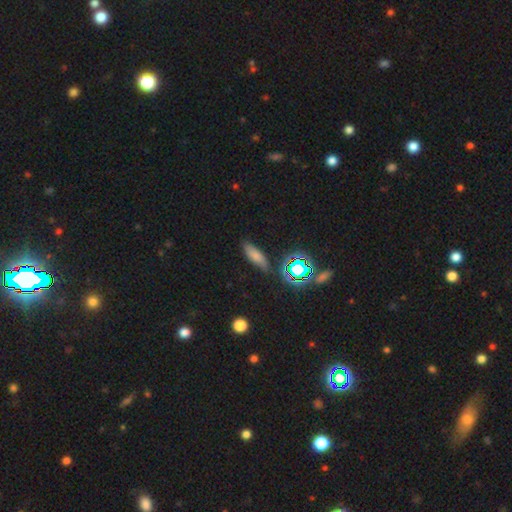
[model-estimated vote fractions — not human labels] Smooth or featured: smooth — 68% (star or artifact — 19%)
How rounded: in between — 60% (cigar-shaped — 35%)
Merging: none — 78% (minor disturbance — 16%)